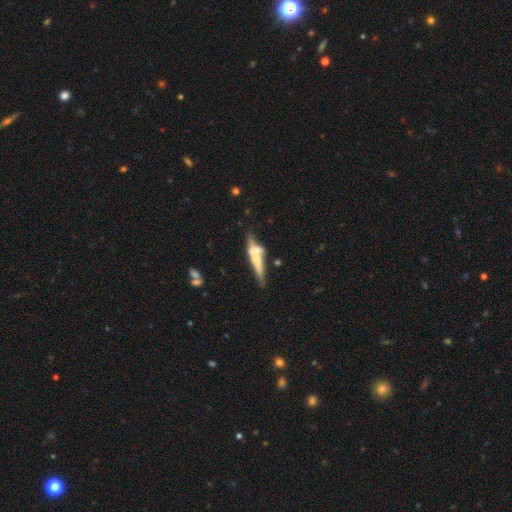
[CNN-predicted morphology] The model was most divided on "merging": none: 38%, merger: 37%, minor disturbance: 15%, major disturbance: 11%. More confident: edge-on disk — yes (78%); smooth or featured — featured or disk (53%).